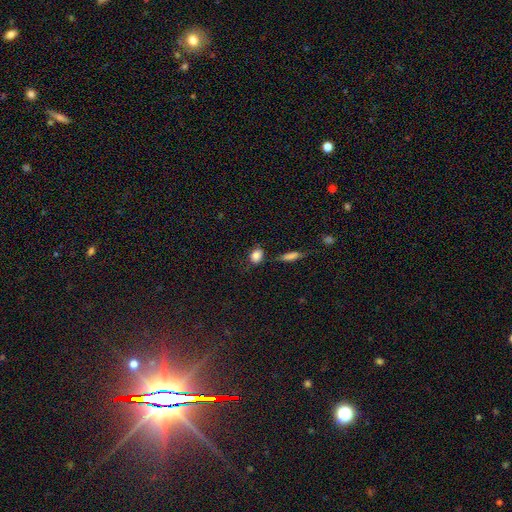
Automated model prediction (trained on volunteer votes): Morphology: type=smooth (85%); roundness=in between (56%); merging=none (72%).